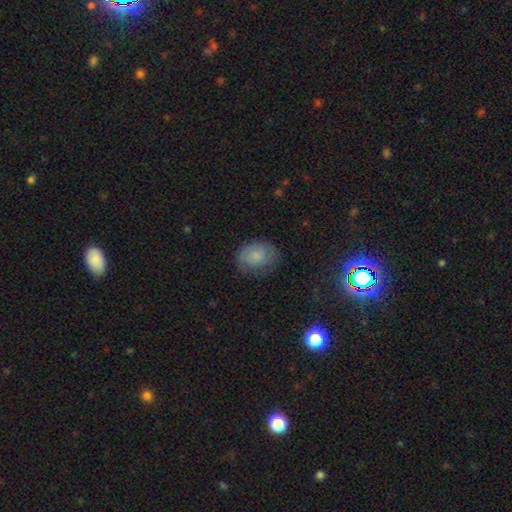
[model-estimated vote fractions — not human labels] Smooth or featured?
  - smooth: 74% *
  - featured or disk: 17%
  - star or artifact: 9%
How rounded?
  - in between: 63% *
  - round: 36%
  - cigar-shaped: 1%
Merging?
  - none: 66% *
  - minor disturbance: 24%
  - major disturbance: 8%
  - merger: 1%